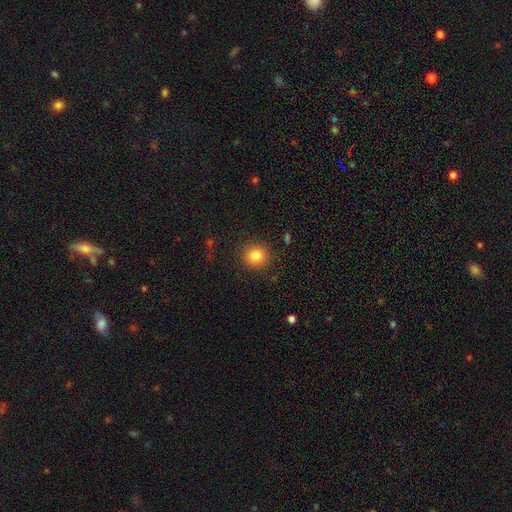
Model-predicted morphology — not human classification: A smooth galaxy with no disk features (85%) that is round (91%). Merging: none (88%).